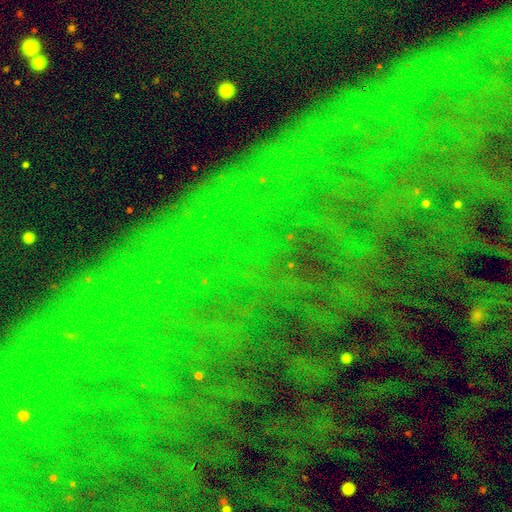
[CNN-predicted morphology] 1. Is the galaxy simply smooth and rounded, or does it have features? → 83% star or artifact, 9% smooth, 8% featured or disk.